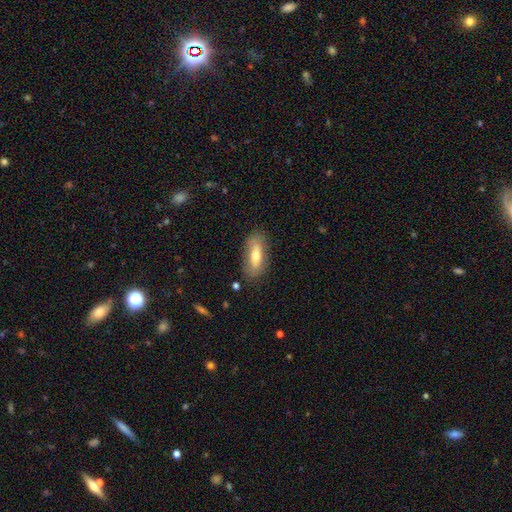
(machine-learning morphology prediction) smooth-or-featured: smooth: 58% | featured or disk: 35% | star or artifact: 7%
  how-rounded: in between: 71% | cigar-shaped: 26% | round: 3%
  merging: none: 79% | minor disturbance: 15% | major disturbance: 4% | merger: 2%